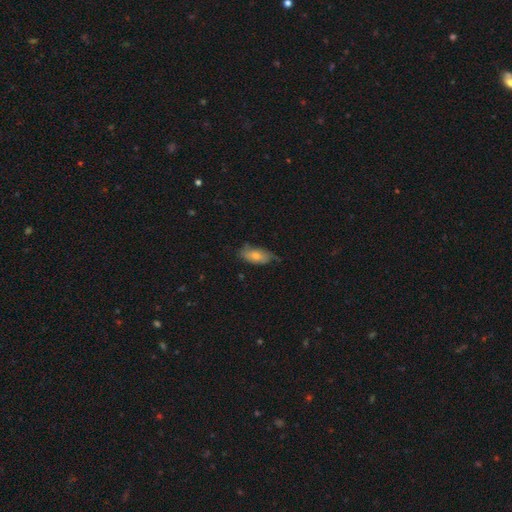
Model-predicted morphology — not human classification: smooth-or-featured: smooth: 62% | featured or disk: 31% | star or artifact: 7%
  how-rounded: in between: 88% | cigar-shaped: 8% | round: 4%
  merging: none: 55% | minor disturbance: 34% | major disturbance: 9% | merger: 2%